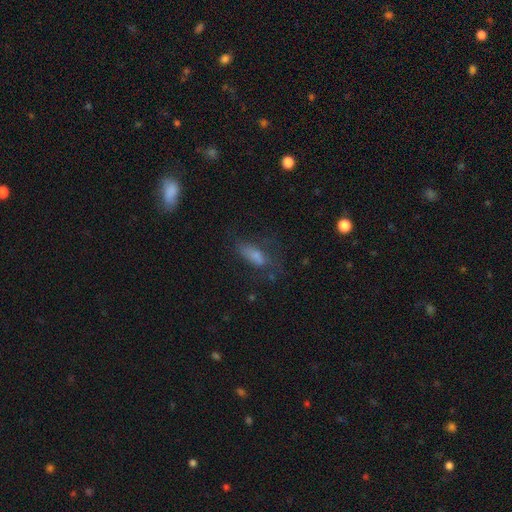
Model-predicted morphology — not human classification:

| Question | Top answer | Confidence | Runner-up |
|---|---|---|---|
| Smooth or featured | smooth | 58% | featured or disk (24%) |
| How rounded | in between | 67% | cigar-shaped (28%) |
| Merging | none | 49% | major disturbance (24%) |